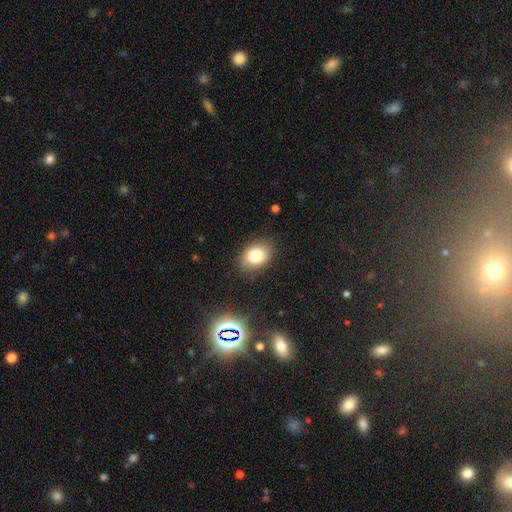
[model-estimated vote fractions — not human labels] Smooth or featured? smooth (80%)
How rounded? in between (72%)
Merging? none (84%)